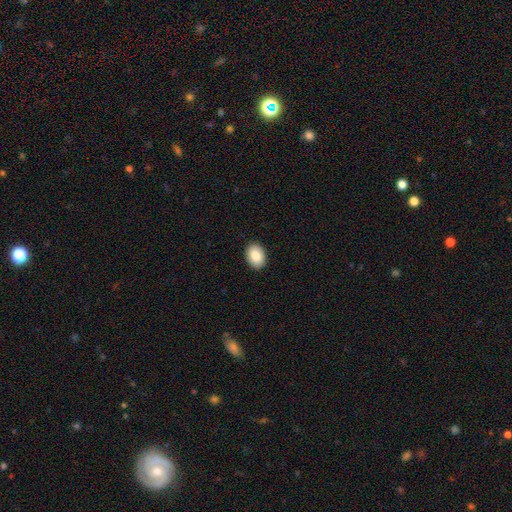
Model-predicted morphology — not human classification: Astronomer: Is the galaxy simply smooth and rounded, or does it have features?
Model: smooth — 86%.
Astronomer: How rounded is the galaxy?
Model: in between — 78%.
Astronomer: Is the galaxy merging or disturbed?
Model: none — 91%.